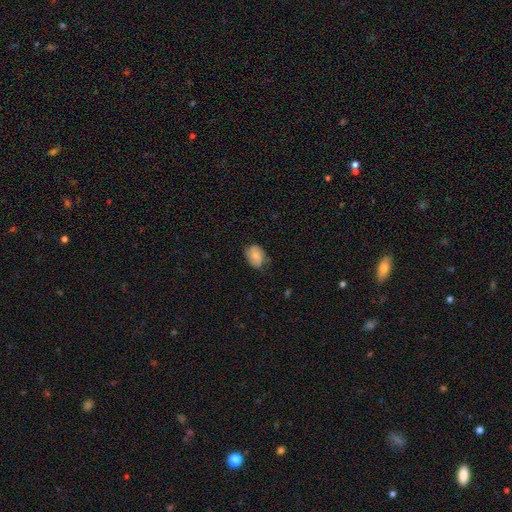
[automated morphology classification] Smooth or featured? smooth (77%)
How rounded? in between (73%)
Merging? none (61%)